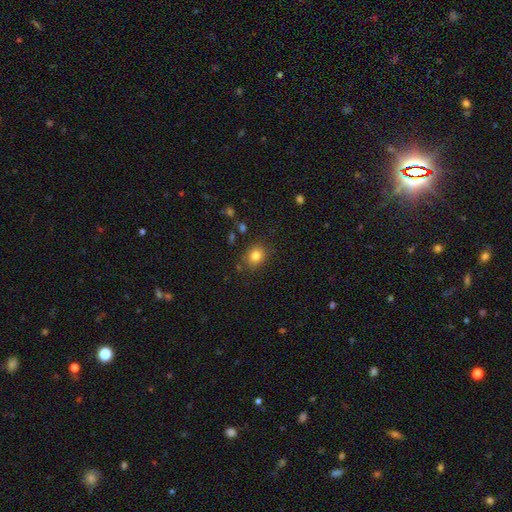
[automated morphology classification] The model was most divided on "how rounded": round: 63%, in between: 37%, cigar-shaped: 1%. More confident: merging — none (83%); smooth or featured — smooth (82%).